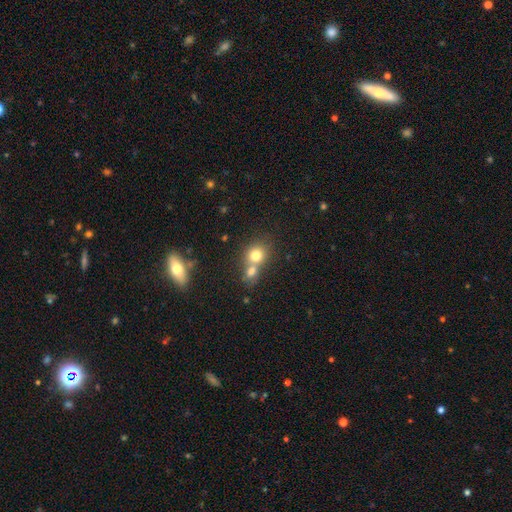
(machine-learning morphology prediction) The model was most divided on "merging": merger: 56%, none: 34%, minor disturbance: 6%, major disturbance: 3%. More confident: how rounded — round (77%); smooth or featured — smooth (76%).